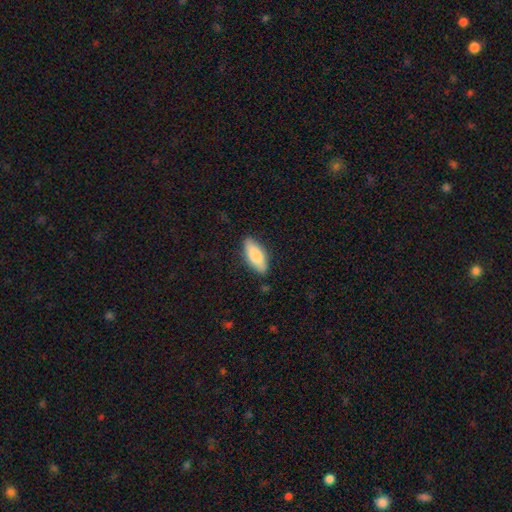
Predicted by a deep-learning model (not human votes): Smooth or featured? smooth (80%)
How rounded? in between (74%)
Merging? none (83%)